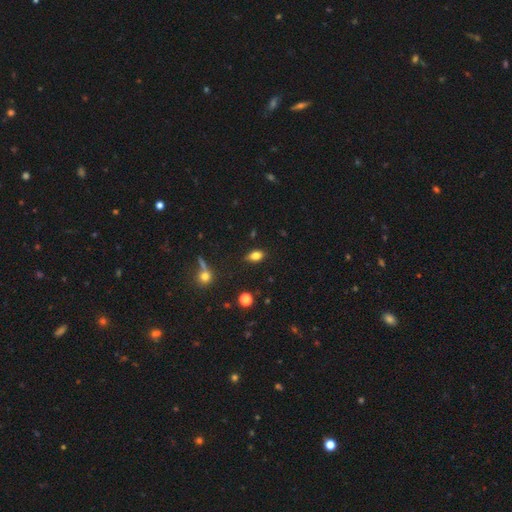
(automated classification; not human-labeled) Smooth or featured?
  - smooth: 78% *
  - star or artifact: 11%
  - featured or disk: 10%
How rounded?
  - in between: 83% *
  - round: 12%
  - cigar-shaped: 5%
Merging?
  - none: 82% *
  - minor disturbance: 12%
  - major disturbance: 3%
  - merger: 2%